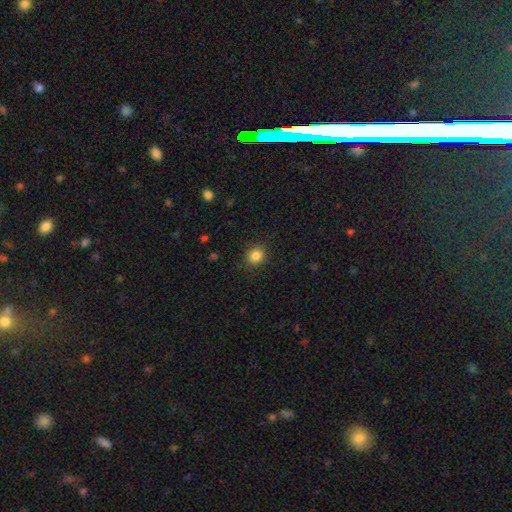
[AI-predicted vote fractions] This is clearly a smooth galaxy (85%). How rounded: clearly round (81%). Merging: clearly none (86%).